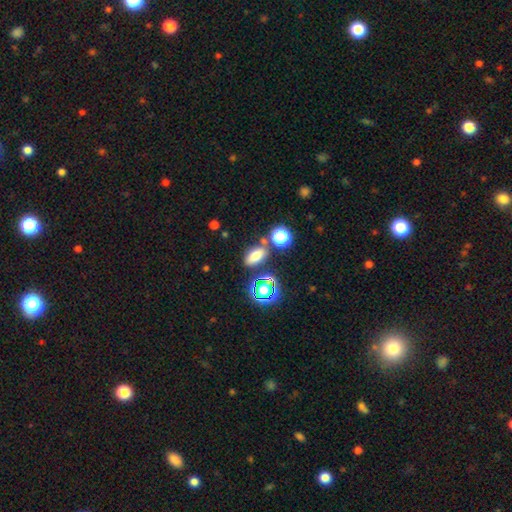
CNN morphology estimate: Overall: smooth (69%). How rounded: in between (76%). Merging: none (73%).